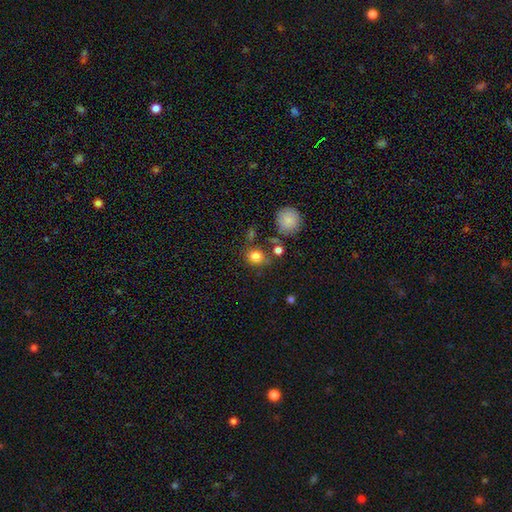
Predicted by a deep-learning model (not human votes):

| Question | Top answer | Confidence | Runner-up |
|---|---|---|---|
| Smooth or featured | smooth | 80% | star or artifact (13%) |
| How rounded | round | 79% | in between (20%) |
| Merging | none | 72% | minor disturbance (13%) |